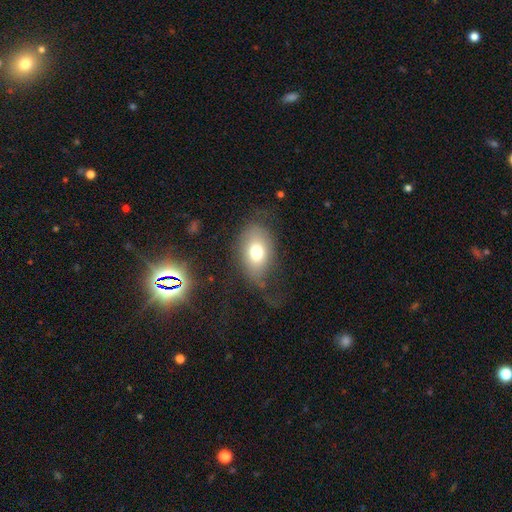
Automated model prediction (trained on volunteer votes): Smooth or featured: smooth — 70% (featured or disk — 20%)
How rounded: in between — 82% (round — 16%)
Merging: none — 53% (minor disturbance — 23%)